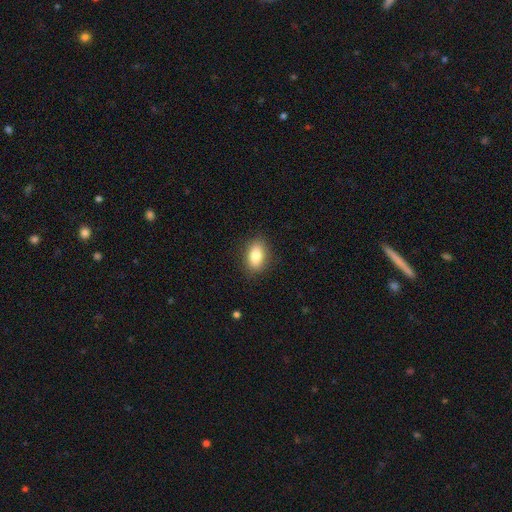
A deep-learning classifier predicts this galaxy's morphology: Overall: smooth (84%). How rounded: in between (87%). Merging: none (87%).